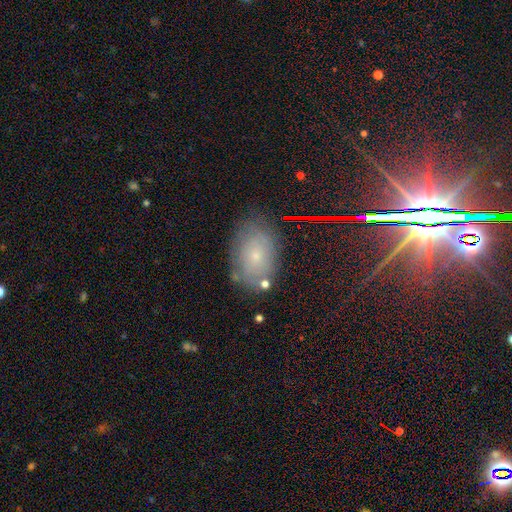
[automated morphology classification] smooth_or_featured: smooth (p=0.46) [alt: featured or disk p=0.35]
merging: none (p=0.76) [alt: minor disturbance p=0.17]